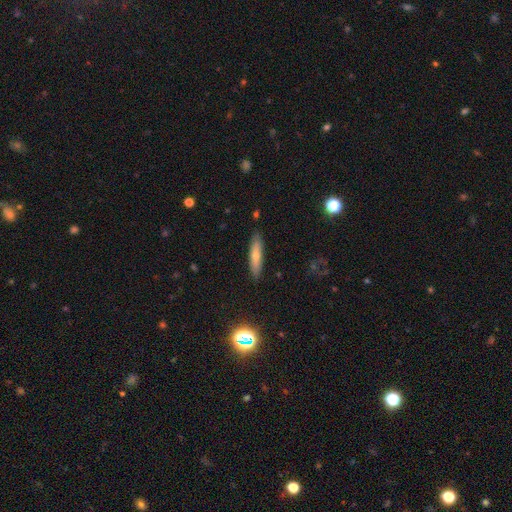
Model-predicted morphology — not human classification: Q: Smooth or featured?
A: smooth (65%); runner-up: featured or disk (28%)
Q: How rounded?
A: cigar-shaped (78%); runner-up: in between (21%)
Q: Merging?
A: none (87%); runner-up: minor disturbance (10%)